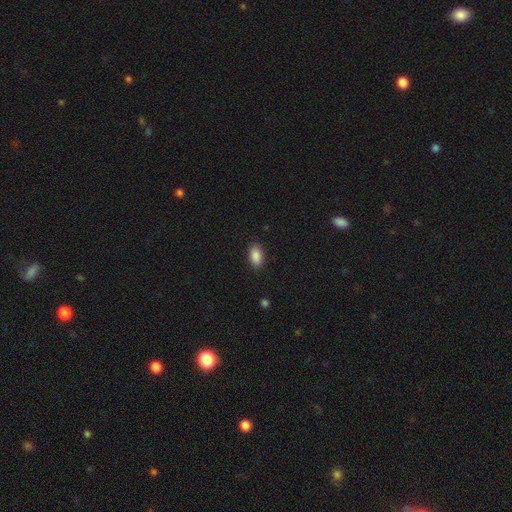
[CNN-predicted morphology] Smooth or featured? Predicted: smooth (p=0.89). How rounded? Predicted: in between (p=0.92). Merging? Predicted: none (p=0.88).